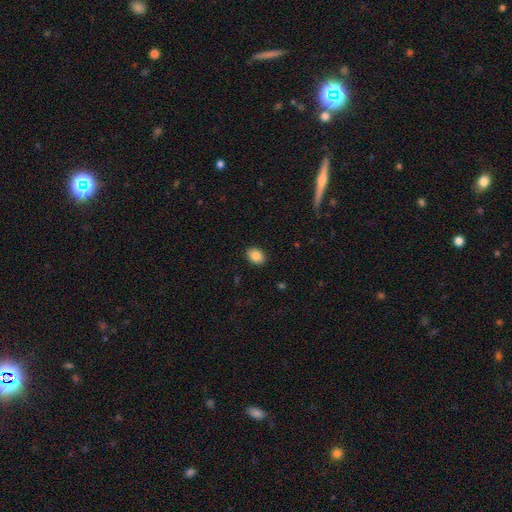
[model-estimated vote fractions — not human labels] Morphology: type=smooth (86%); roundness=in between (74%); merging=none (90%).